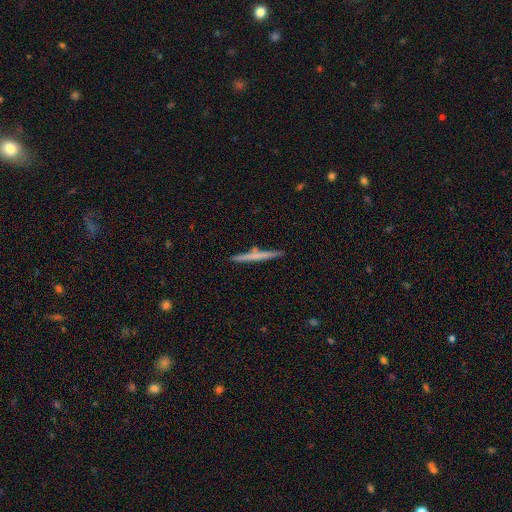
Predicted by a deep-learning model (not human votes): This appears to be a smooth galaxy with no disk features (54%) that is cigar-shaped (96%). Merging: none (88%).